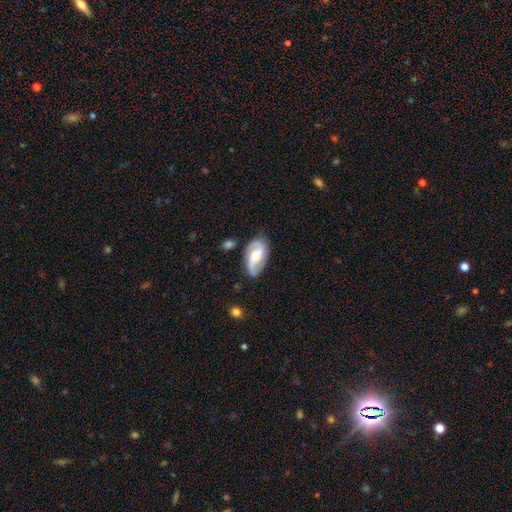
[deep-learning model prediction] featured or disk 79%, smooth 16%, star or artifact 5%. Down the decision tree: edge-on disk — no (96%); bar — weak (42%); spiral arms — yes (95%); spiral arm count — 2 (88%); spiral winding — medium (47%); bulge size — moderate (54%); merging — none (77%).